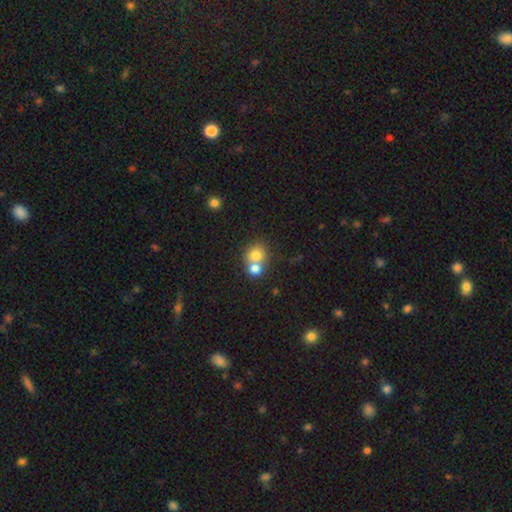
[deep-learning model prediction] Smooth or featured: smooth — 76% (featured or disk — 14%)
How rounded: round — 77% (in between — 22%)
Merging: merger — 61% (none — 31%)